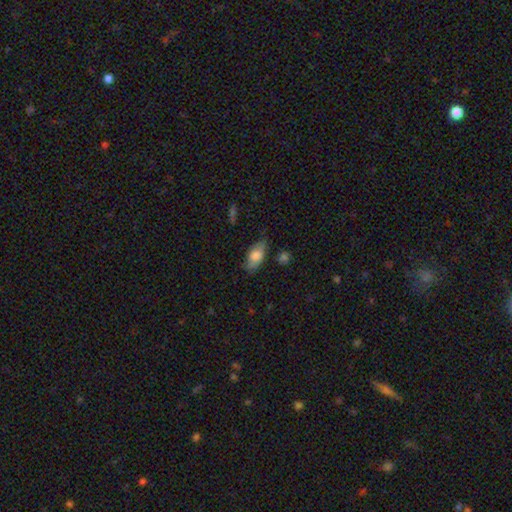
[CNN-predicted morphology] Overall: smooth (71%). How rounded: in between (88%). Merging: none (64%; minor disturbance 26%).